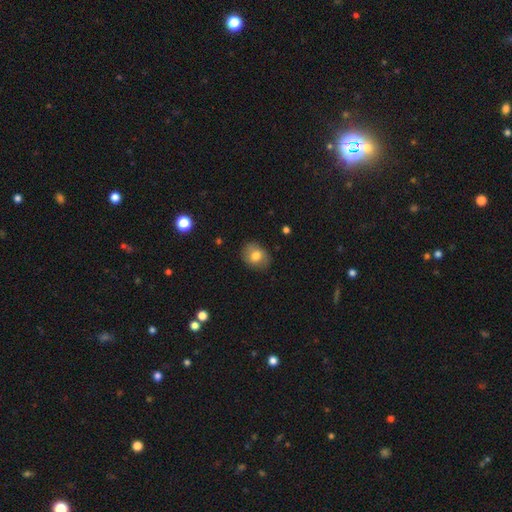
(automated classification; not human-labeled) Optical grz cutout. It shows a smooth galaxy with no disk features (76%) that is in between round and cigar-shaped (51%). Merging: none (82%).